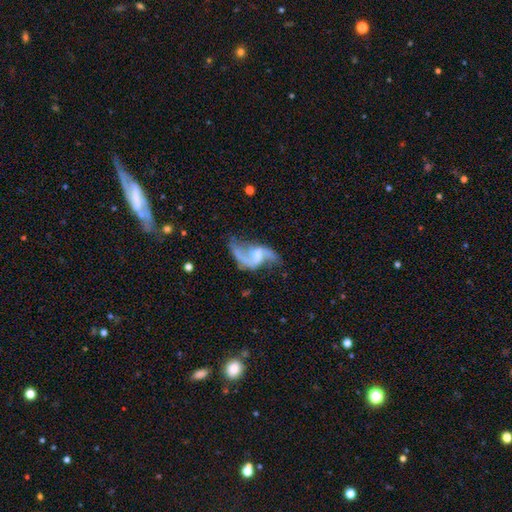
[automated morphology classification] smooth-or-featured: featured or disk: 89% | smooth: 6% | star or artifact: 5%
  disk-edge-on: no: 98% | yes: 2%
    bar: weak: 50% | no: 33% | strong: 16%
    has-spiral-arms: yes: 95% | no: 5%
      spiral-winding: loose: 75% | medium: 21% | tight: 4%
      spiral-arm-count: 2: 92% | 1: 3% | can't tell: 2% | 3: 1% | 4: 1% | more than 4: 1%
    bulge-size: small: 39% | none: 37% | moderate: 20% | large: 3% | dominant: 1%
  merging: none: 57% | minor disturbance: 19% | major disturbance: 17% | merger: 7%